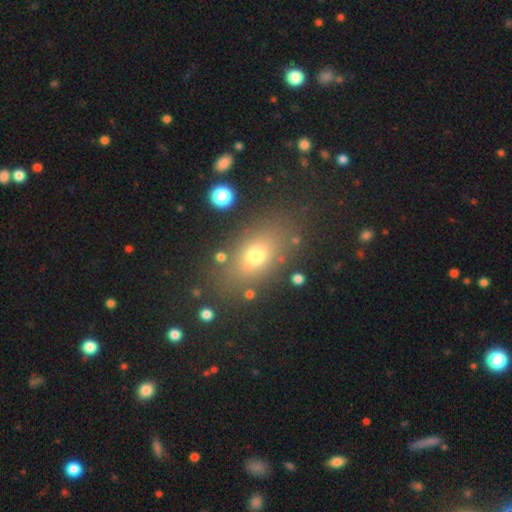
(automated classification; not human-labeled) smooth-or-featured: smooth: 70% | star or artifact: 16% | featured or disk: 15%
  how-rounded: in between: 72% | round: 23% | cigar-shaped: 4%
  merging: none: 81% | minor disturbance: 11% | major disturbance: 5% | merger: 4%